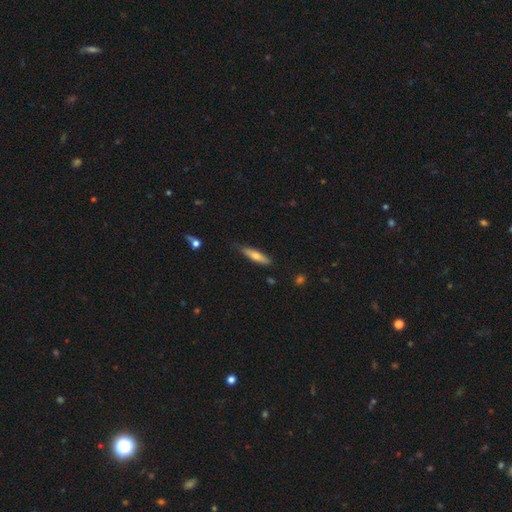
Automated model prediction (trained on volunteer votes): A smooth galaxy with no disk features (63%) that is cigar-shaped (76%). Merging: none (80%).